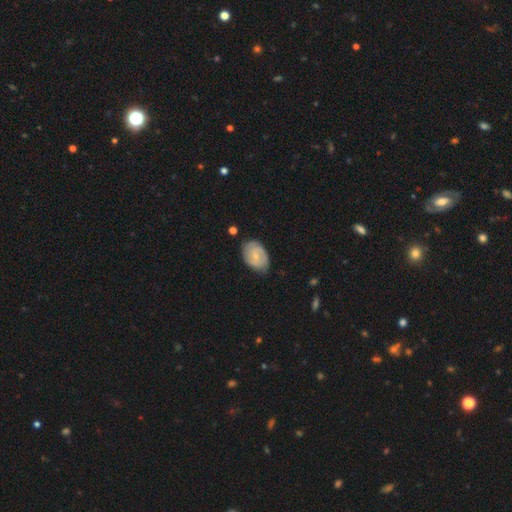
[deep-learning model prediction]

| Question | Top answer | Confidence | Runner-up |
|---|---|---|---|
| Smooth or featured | featured or disk | 59% | smooth (35%) |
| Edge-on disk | no | 97% | yes (3%) |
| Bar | no | 49% | weak (44%) |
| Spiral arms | yes | 86% | no (14%) |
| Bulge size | small | 68% | moderate (22%) |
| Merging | none | 69% | minor disturbance (23%) |